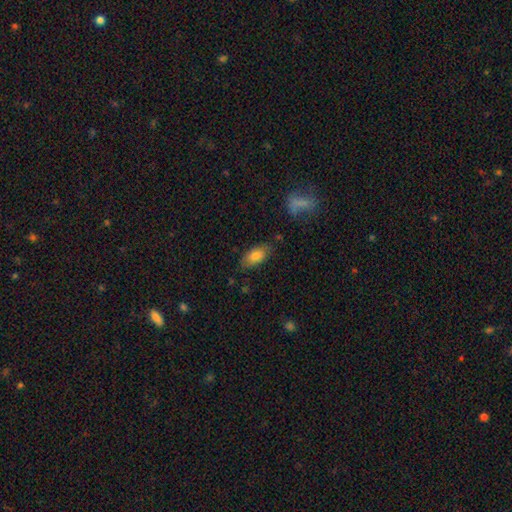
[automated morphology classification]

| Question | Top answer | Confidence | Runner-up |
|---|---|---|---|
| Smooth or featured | smooth | 80% | featured or disk (12%) |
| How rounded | in between | 89% | cigar-shaped (7%) |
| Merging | none | 79% | minor disturbance (15%) |